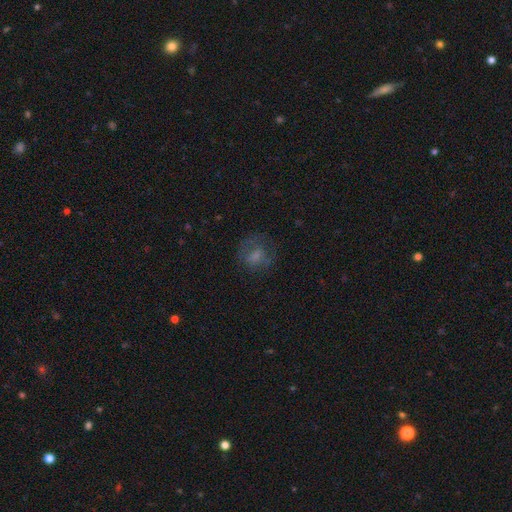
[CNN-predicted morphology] This appears to be a smooth galaxy with no disk features (59%) that is round (64%). Merging: none (60%).